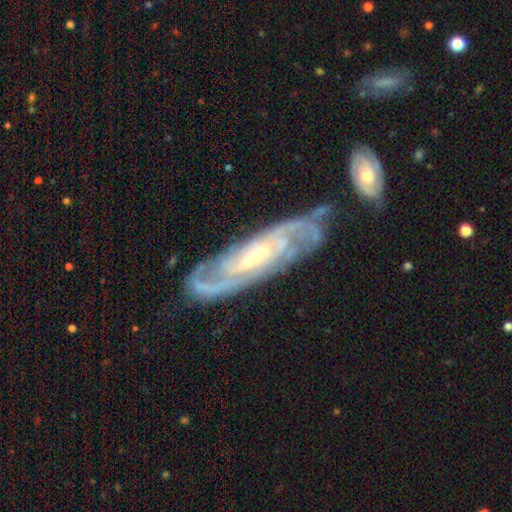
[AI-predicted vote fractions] smooth-or-featured: featured or disk: 88% | smooth: 6% | star or artifact: 6%
  disk-edge-on: no: 85% | yes: 15%
    bar: weak: 42% | no: 40% | strong: 17%
    has-spiral-arms: yes: 97% | no: 3%
      spiral-winding: tight: 57% | medium: 36% | loose: 7%
      spiral-arm-count: 2: 43% | can't tell: 25% | 3: 16% | 4: 7% | more than 4: 4% | 1: 4%
    bulge-size: small: 60% | moderate: 34% | none: 3% | large: 3% | dominant: 1%
  merging: none: 75% | minor disturbance: 15% | major disturbance: 5% | merger: 5%